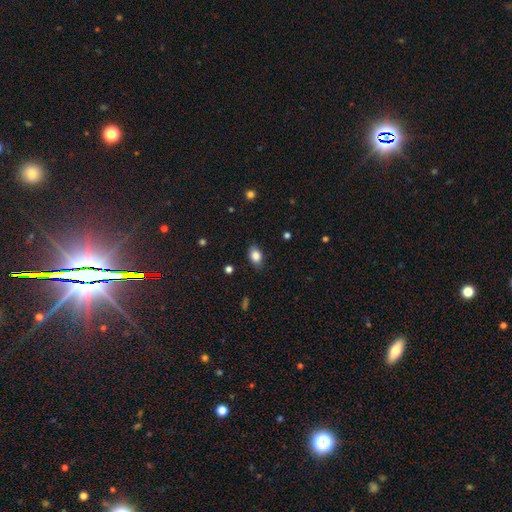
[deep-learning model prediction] Overall: smooth (85%). How rounded: in between (82%). Merging: none (83%).